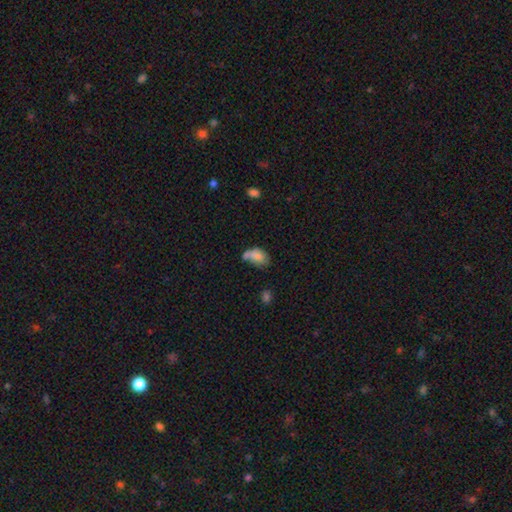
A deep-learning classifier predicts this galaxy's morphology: The model was most divided on "merging": none: 32%, merger: 28%, minor disturbance: 26%, major disturbance: 14%. More confident: how rounded — in between (87%); smooth or featured — smooth (75%).